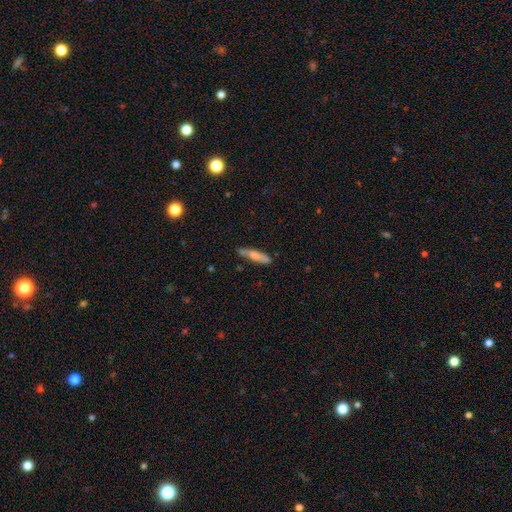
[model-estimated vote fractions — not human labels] The model was most divided on "smooth or featured": smooth: 71%, featured or disk: 23%, star or artifact: 6%. More confident: how rounded — cigar-shaped (82%); merging — none (70%).